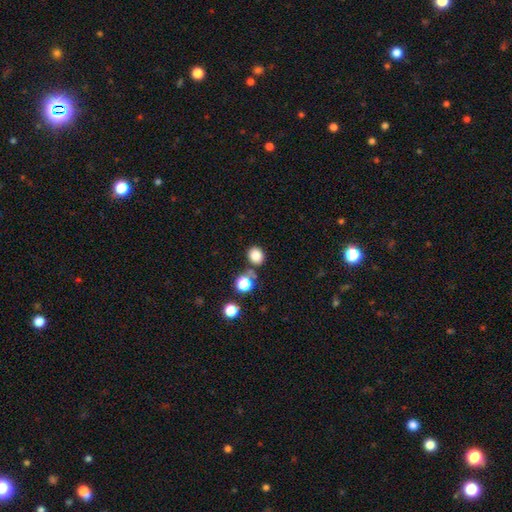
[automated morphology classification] A smooth galaxy with no disk features (83%) that is round (72%). Merging: none (76%).